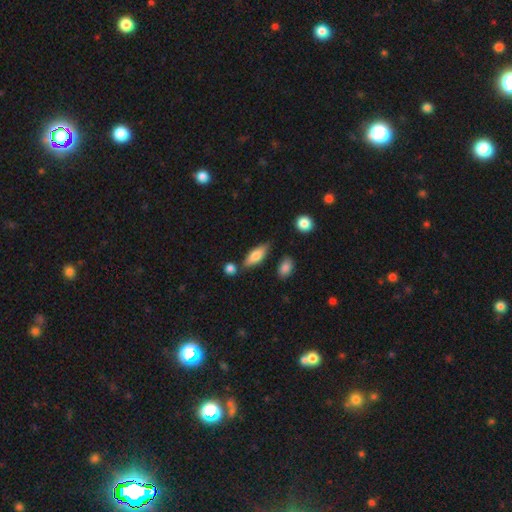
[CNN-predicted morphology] smooth 71%, featured or disk 23%, star or artifact 7%. Down the decision tree: how rounded — in between (66%); merging — none (72%).